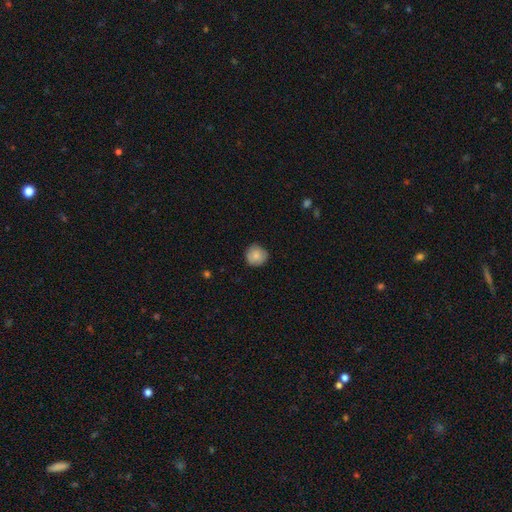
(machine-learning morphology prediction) This is clearly a smooth galaxy (84%). How rounded: clearly round (92%). Merging: clearly none (84%).